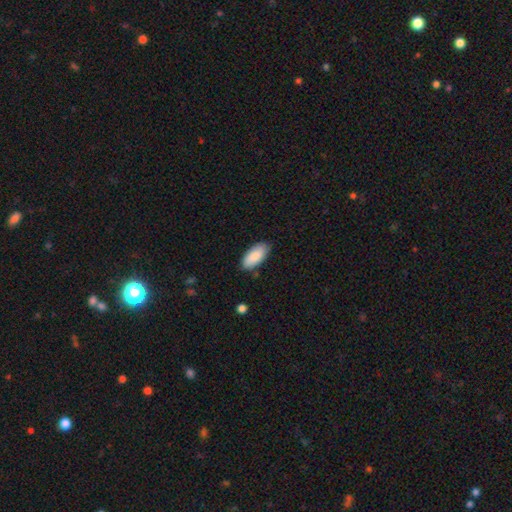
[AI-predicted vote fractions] smooth-or-featured: smooth: 88% | featured or disk: 6% | star or artifact: 6%
  how-rounded: in between: 90% | cigar-shaped: 8% | round: 2%
  merging: none: 81% | minor disturbance: 15% | major disturbance: 2% | merger: 2%